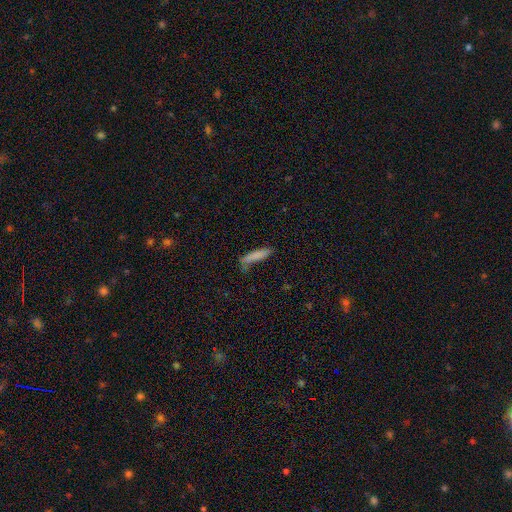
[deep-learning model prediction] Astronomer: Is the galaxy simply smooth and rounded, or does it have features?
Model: smooth — 80%.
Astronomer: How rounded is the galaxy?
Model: cigar-shaped — 79%.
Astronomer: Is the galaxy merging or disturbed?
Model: none — 62%.